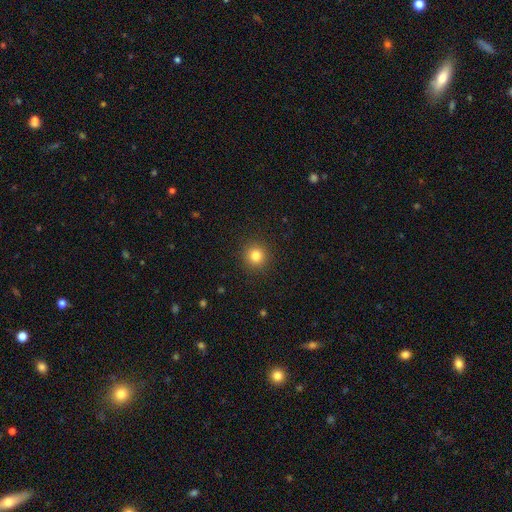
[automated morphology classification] smooth 82%, star or artifact 12%, featured or disk 6%. Down the decision tree: how rounded — round (94%); merging — none (92%).